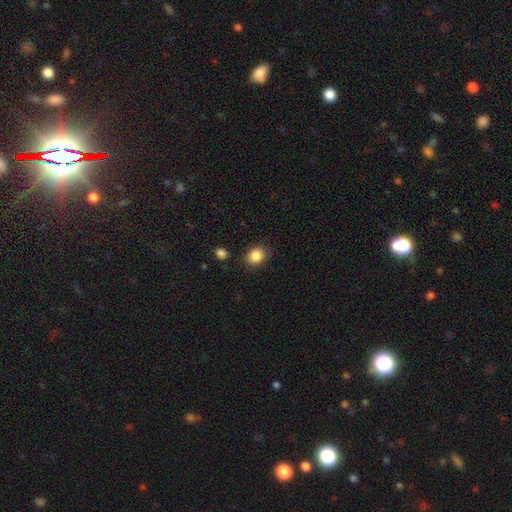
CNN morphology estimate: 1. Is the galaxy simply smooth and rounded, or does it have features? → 86% smooth, 9% star or artifact, 4% featured or disk.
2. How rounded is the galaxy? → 61% round, 38% in between, 1% cigar-shaped.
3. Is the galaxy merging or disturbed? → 85% none, 10% minor disturbance, 3% major disturbance, 2% merger.